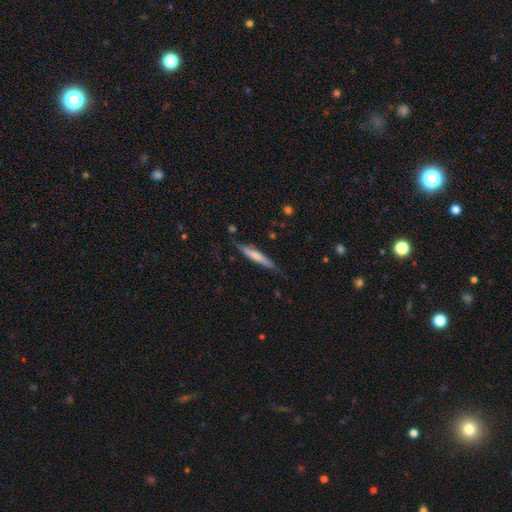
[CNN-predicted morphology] type=smooth (54%); roundness=cigar-shaped (92%); merging=none (77%).